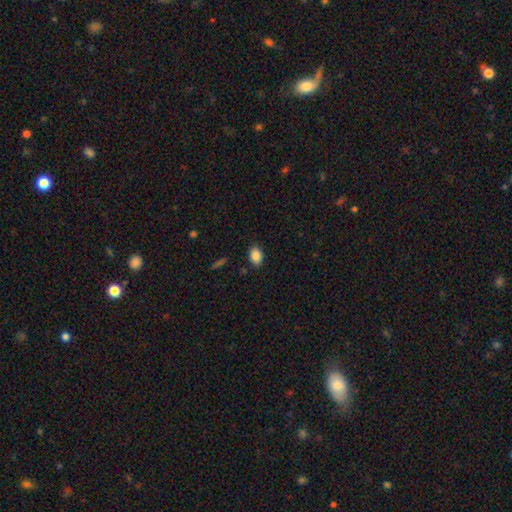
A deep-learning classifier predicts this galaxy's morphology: This appears to be a smooth galaxy with no disk features (87%) that is in between round and cigar-shaped (77%). Merging: none (85%).